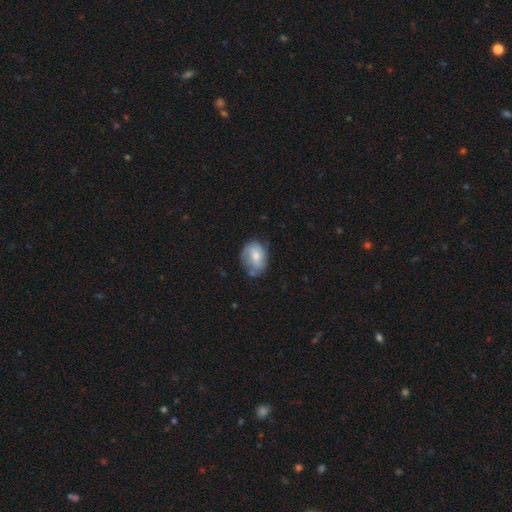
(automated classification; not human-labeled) Smooth or featured: smooth — 58% (featured or disk — 34%)
How rounded: in between — 64% (round — 35%)
Merging: none — 54% (minor disturbance — 31%)